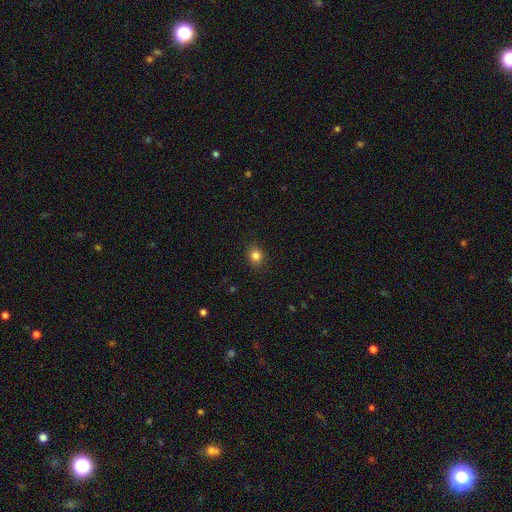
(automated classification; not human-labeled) Smooth or featured: smooth — 83% (star or artifact — 12%)
How rounded: round — 69% (in between — 30%)
Merging: none — 89% (minor disturbance — 8%)